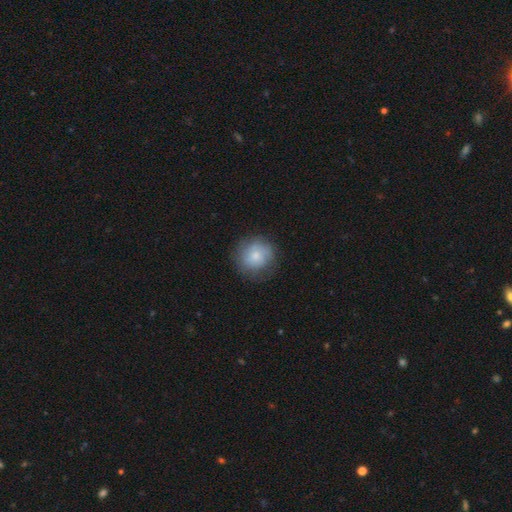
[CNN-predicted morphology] smooth 75%, featured or disk 17%, star or artifact 8%. Down the decision tree: how rounded — round (89%); merging — none (76%).